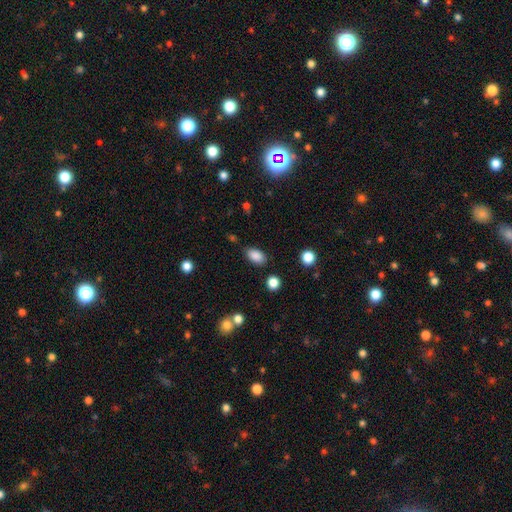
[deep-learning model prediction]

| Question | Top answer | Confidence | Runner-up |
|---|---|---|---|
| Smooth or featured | smooth | 87% | star or artifact (9%) |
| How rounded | in between | 90% | round (8%) |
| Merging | none | 81% | minor disturbance (13%) |